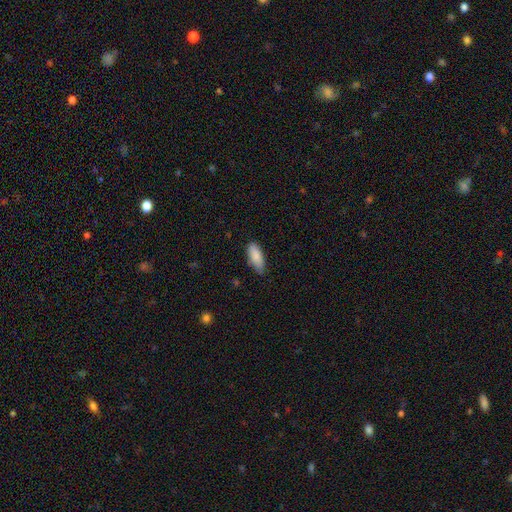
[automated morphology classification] smooth_or_featured: smooth (p=0.88) [alt: featured or disk p=0.06]
how_rounded: in between (p=0.76) [alt: cigar-shaped p=0.22]
merging: none (p=0.76) [alt: minor disturbance p=0.20]